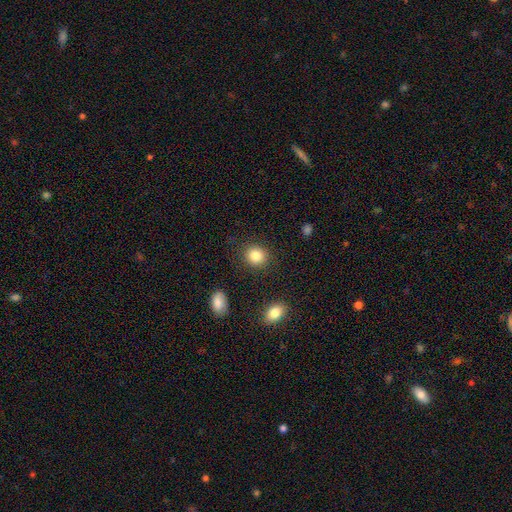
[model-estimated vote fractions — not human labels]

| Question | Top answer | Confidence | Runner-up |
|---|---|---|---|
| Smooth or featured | smooth | 85% | star or artifact (9%) |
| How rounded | round | 83% | in between (16%) |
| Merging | none | 87% | minor disturbance (8%) |